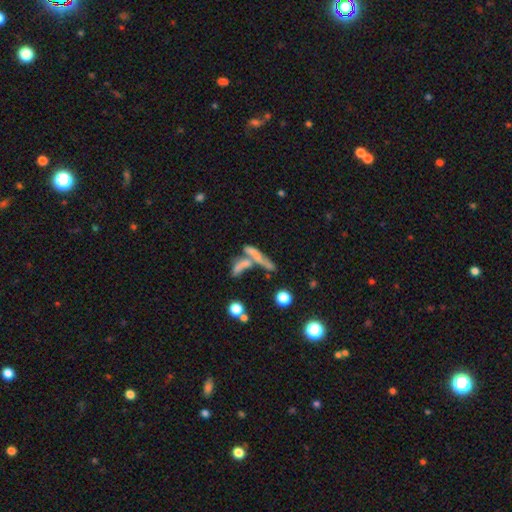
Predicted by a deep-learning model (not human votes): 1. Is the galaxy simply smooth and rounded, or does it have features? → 48% smooth, 36% featured or disk, 16% star or artifact.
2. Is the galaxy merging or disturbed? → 55% merger, 24% none, 12% major disturbance, 9% minor disturbance.